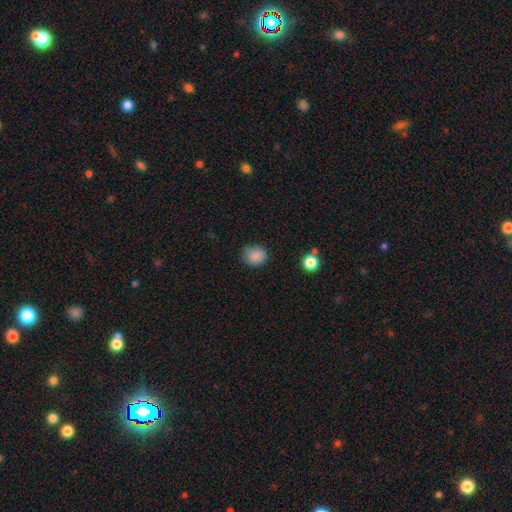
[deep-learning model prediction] Smooth or featured? smooth (86%)
How rounded? round (76%)
Merging? none (77%)